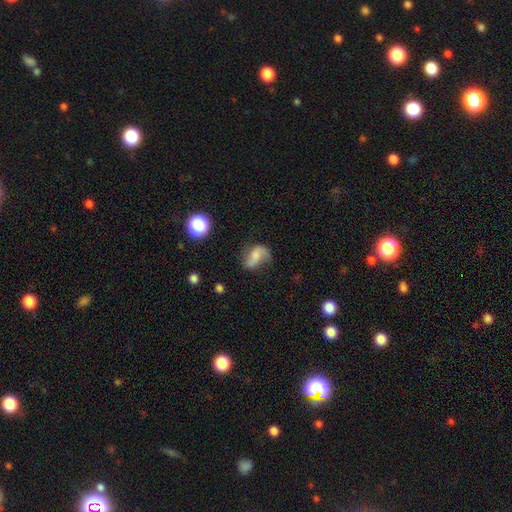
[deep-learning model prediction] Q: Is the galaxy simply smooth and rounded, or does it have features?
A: featured or disk — 49%.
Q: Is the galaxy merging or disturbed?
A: none — 49%.